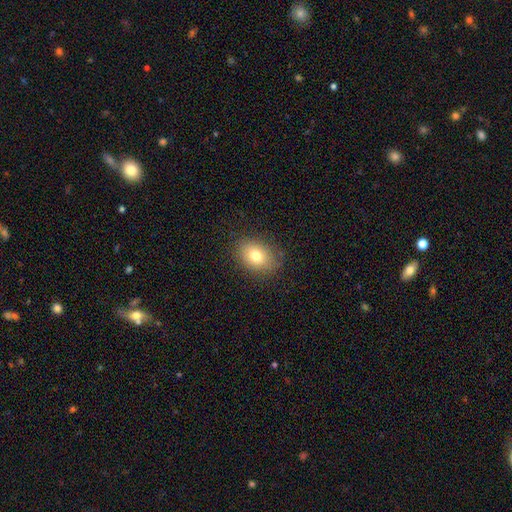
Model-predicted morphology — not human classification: Smooth or featured? Predicted: smooth (p=0.78). How rounded? Predicted: in between (p=0.72). Merging? Predicted: none (p=0.84).